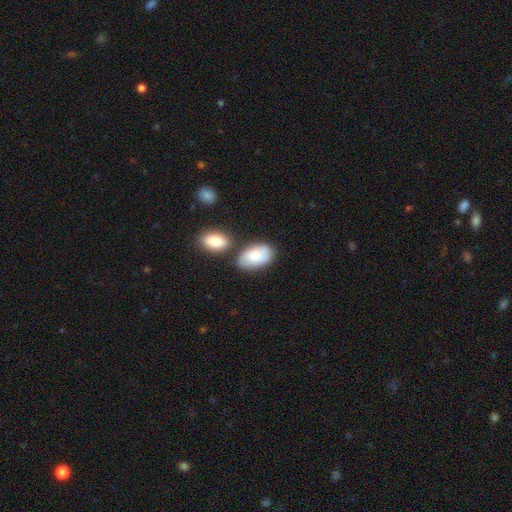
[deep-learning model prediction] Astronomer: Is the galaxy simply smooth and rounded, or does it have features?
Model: smooth — 77%.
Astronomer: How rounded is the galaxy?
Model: in between — 93%.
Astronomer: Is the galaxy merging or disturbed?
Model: none — 57%.